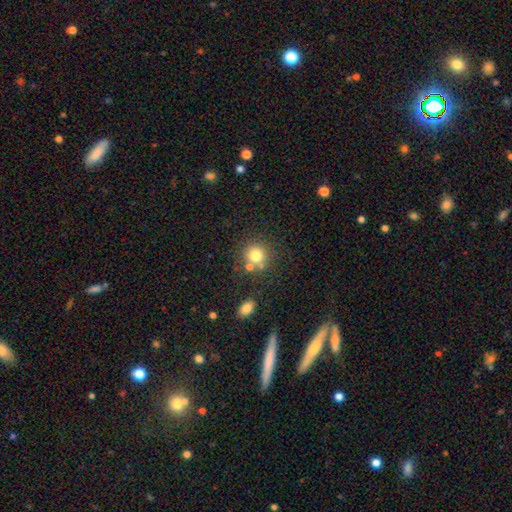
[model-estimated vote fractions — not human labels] smooth-or-featured: smooth: 77% | star or artifact: 12% | featured or disk: 11%
  how-rounded: round: 87% | in between: 12% | cigar-shaped: 1%
  merging: none: 64% | merger: 21% | minor disturbance: 11% | major disturbance: 4%